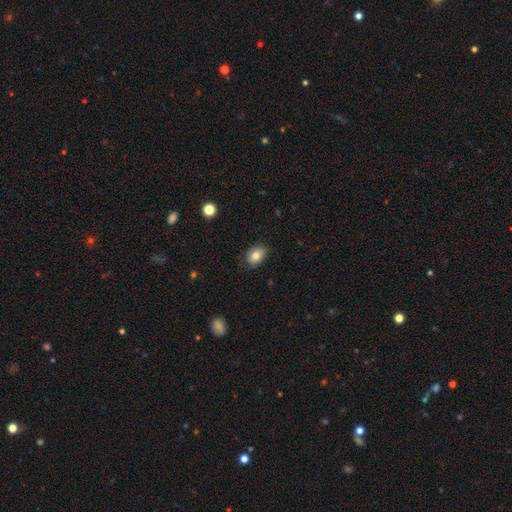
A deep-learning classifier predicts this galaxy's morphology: Smooth or featured? smooth (81%)
How rounded? in between (78%)
Merging? none (83%)